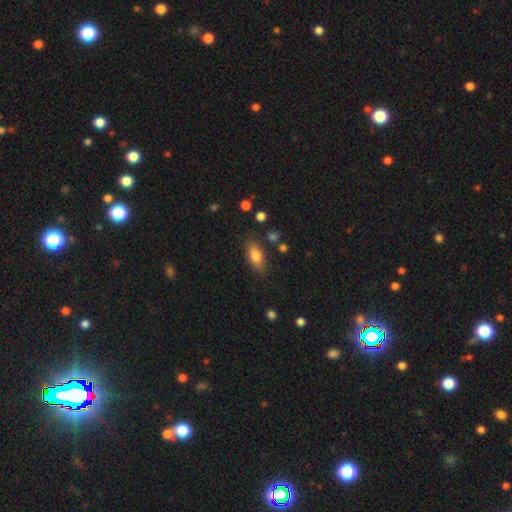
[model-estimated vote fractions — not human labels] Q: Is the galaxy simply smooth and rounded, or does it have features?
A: smooth — 78%.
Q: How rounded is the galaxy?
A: in between — 83%.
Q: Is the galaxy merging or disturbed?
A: none — 82%.